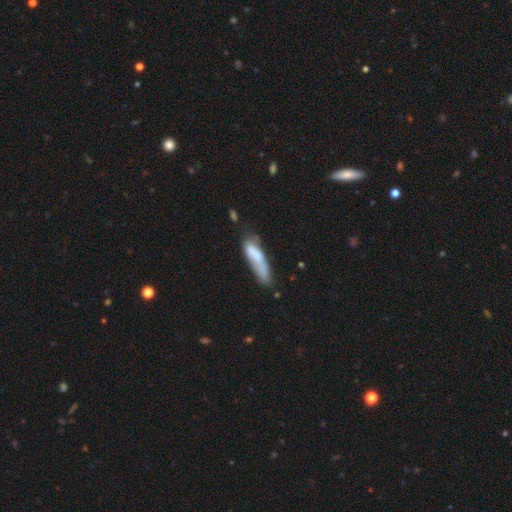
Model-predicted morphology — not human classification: type=smooth (63%); roundness=cigar-shaped (67%); merging=none (39%).